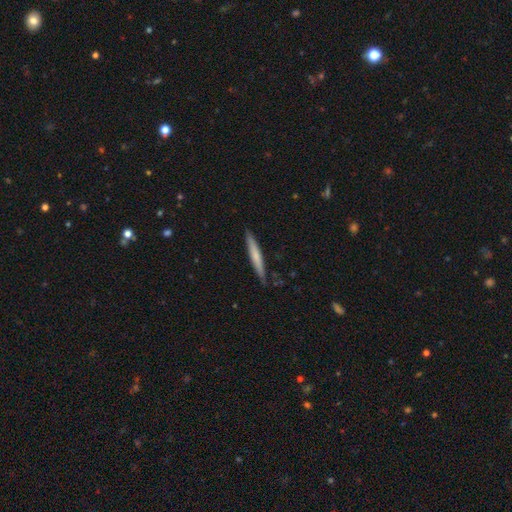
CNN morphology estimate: Smooth or featured? Predicted: smooth (p=0.62). How rounded? Predicted: cigar-shaped (p=0.96). Merging? Predicted: none (p=0.88).